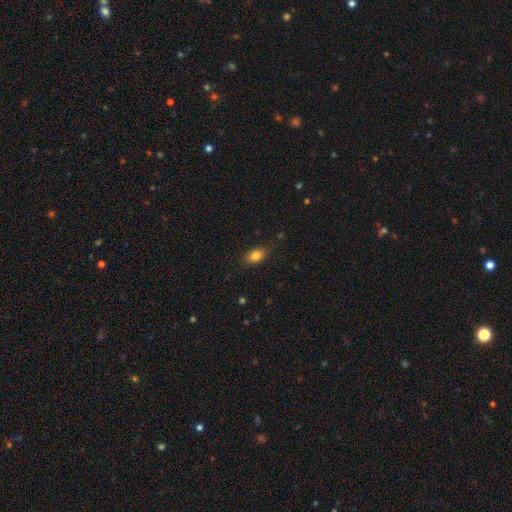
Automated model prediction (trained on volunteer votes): Smooth or featured? Predicted: smooth (p=0.83). How rounded? Predicted: in between (p=0.86). Merging? Predicted: none (p=0.85).